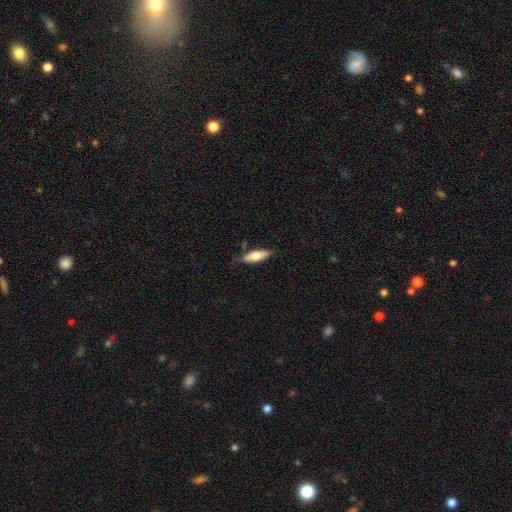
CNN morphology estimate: This is likely a smooth galaxy (71%). How rounded: possibly in between (60%). Merging: likely none (77%).